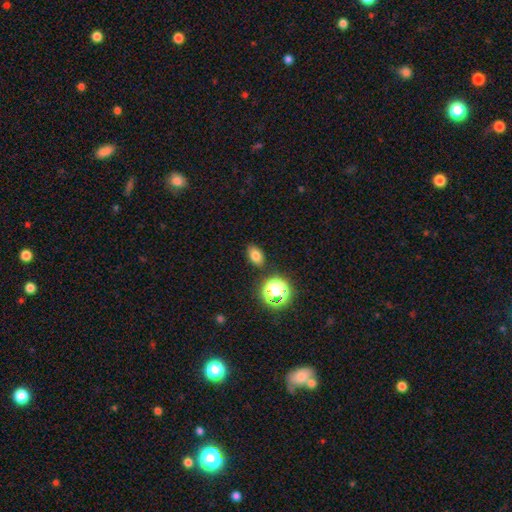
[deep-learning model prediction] Q: Smooth or featured?
A: smooth (74%); runner-up: star or artifact (17%)
Q: How rounded?
A: in between (79%); runner-up: round (19%)
Q: Merging?
A: none (85%); runner-up: minor disturbance (9%)